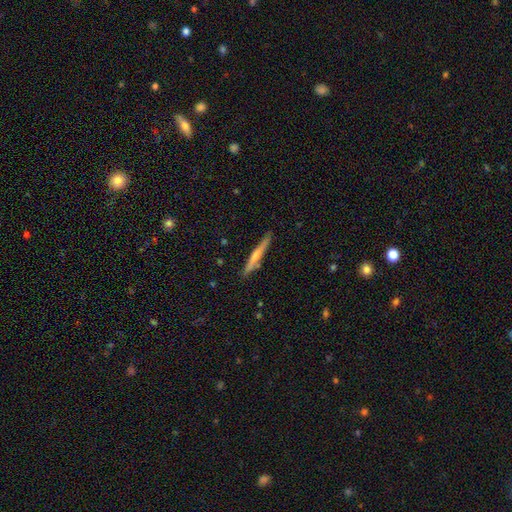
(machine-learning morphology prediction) featured or disk 59%, smooth 35%, star or artifact 6%. Down the decision tree: edge-on disk — yes (97%); edge-on bulge — rounded (65%); merging — none (88%).